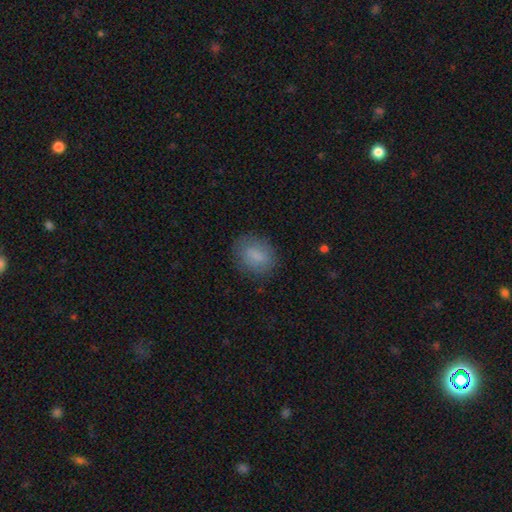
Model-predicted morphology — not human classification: smooth_or_featured: smooth (p=0.80) [alt: featured or disk p=0.11]
how_rounded: in between (p=0.50) [alt: round p=0.48]
merging: none (p=0.80) [alt: minor disturbance p=0.14]